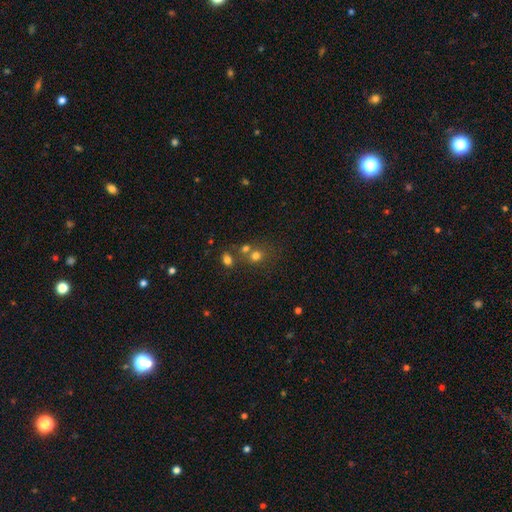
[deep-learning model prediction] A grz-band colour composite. It shows a smooth galaxy with no disk features (72%) that is round (78%). Merging: none (52%).